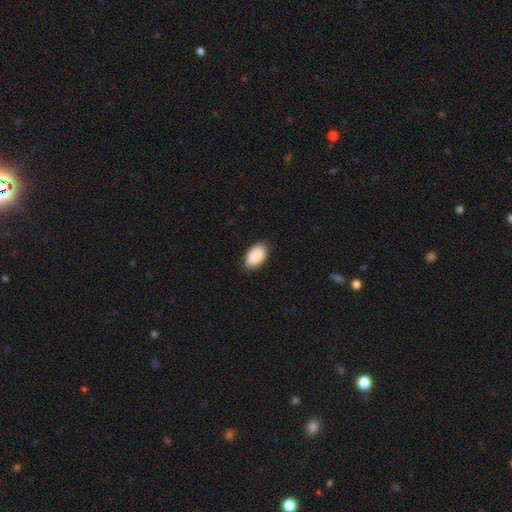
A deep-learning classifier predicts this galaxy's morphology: Smooth or featured?
  - smooth: 91% *
  - star or artifact: 6%
  - featured or disk: 4%
How rounded?
  - in between: 94% *
  - round: 5%
  - cigar-shaped: 1%
Merging?
  - none: 84% *
  - minor disturbance: 13%
  - major disturbance: 2%
  - merger: 1%